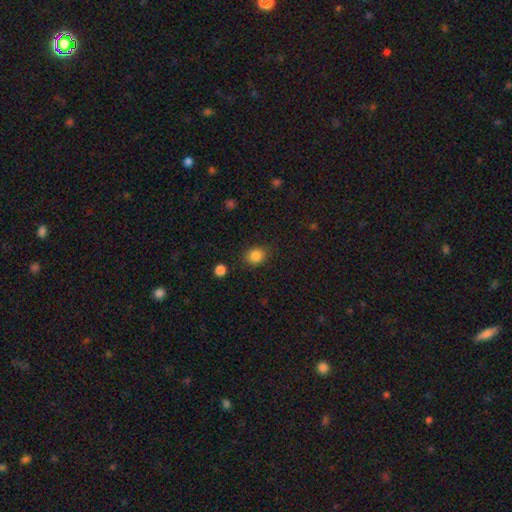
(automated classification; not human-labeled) Smooth or featured?
  - smooth: 85% *
  - star or artifact: 11%
  - featured or disk: 4%
How rounded?
  - round: 62% *
  - in between: 37%
  - cigar-shaped: 1%
Merging?
  - none: 82% *
  - minor disturbance: 13%
  - major disturbance: 4%
  - merger: 2%